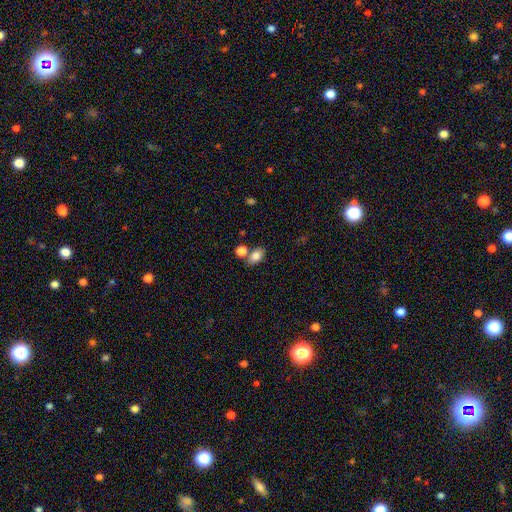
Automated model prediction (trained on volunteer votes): smooth_or_featured: smooth (p=0.83) [alt: star or artifact p=0.10]
how_rounded: in between (p=0.79) [alt: round p=0.19]
merging: none (p=0.59) [alt: merger p=0.24]